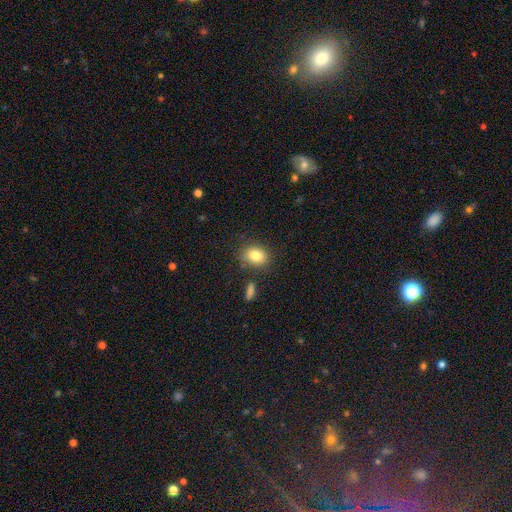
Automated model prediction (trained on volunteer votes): Smooth or featured?
  - smooth: 83% *
  - star or artifact: 9%
  - featured or disk: 8%
How rounded?
  - in between: 57% *
  - round: 42%
  - cigar-shaped: 1%
Merging?
  - none: 78% *
  - minor disturbance: 13%
  - merger: 5%
  - major disturbance: 4%